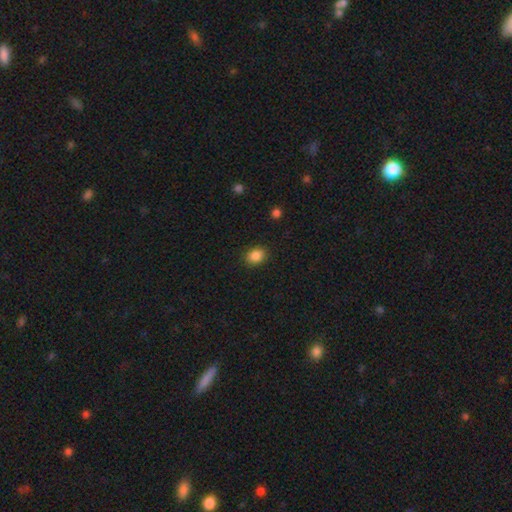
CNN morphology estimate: This is clearly a smooth galaxy (87%). How rounded: possibly in between (51%). Merging: clearly none (87%).